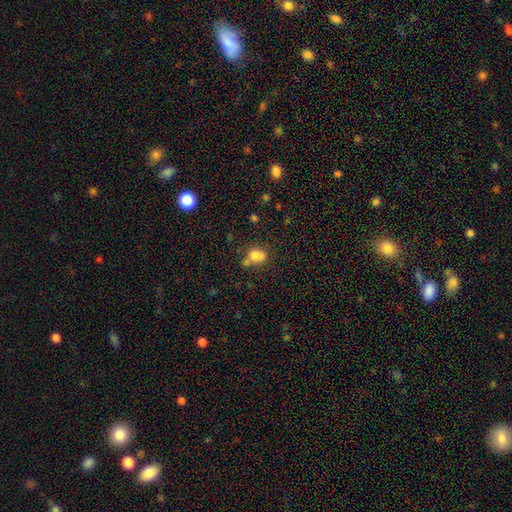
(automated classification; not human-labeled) A smooth galaxy with no disk features (72%) that is in between round and cigar-shaped (50%). Merging: merger (39%).